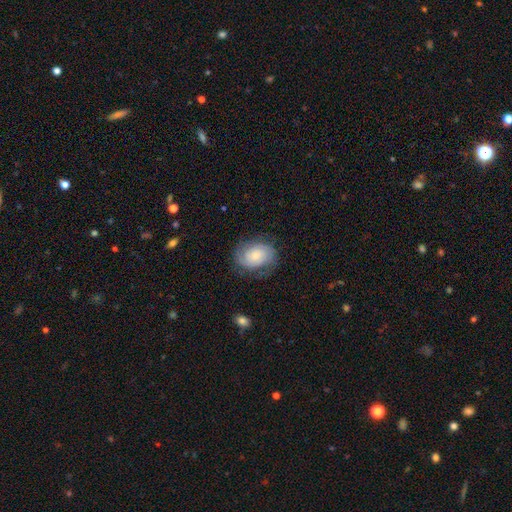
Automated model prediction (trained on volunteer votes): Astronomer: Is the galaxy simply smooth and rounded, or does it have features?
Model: featured or disk — 59% (runner-up: smooth, 34%).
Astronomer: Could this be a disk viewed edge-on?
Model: no — 97%.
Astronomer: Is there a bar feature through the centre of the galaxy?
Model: no — 72%.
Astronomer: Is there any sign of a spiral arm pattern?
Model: yes — 90%.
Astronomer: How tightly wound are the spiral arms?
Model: tight — 51% (runner-up: medium, 36%).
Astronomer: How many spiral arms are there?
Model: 2 — 57%.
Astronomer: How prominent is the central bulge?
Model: small — 57%.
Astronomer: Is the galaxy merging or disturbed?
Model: none — 67%.